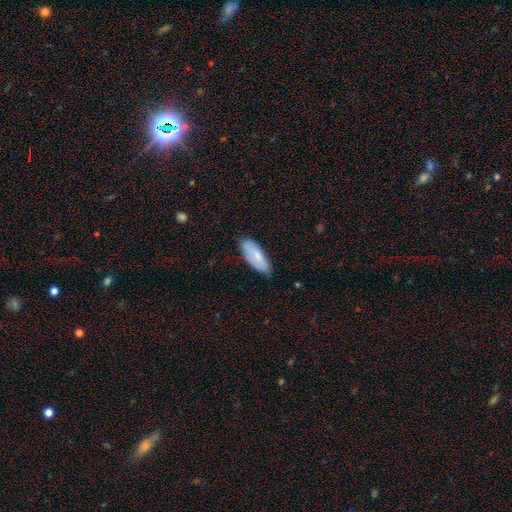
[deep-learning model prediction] This appears to be a smooth galaxy with no disk features (76%) that is in between round and cigar-shaped (78%). Merging: none (79%).